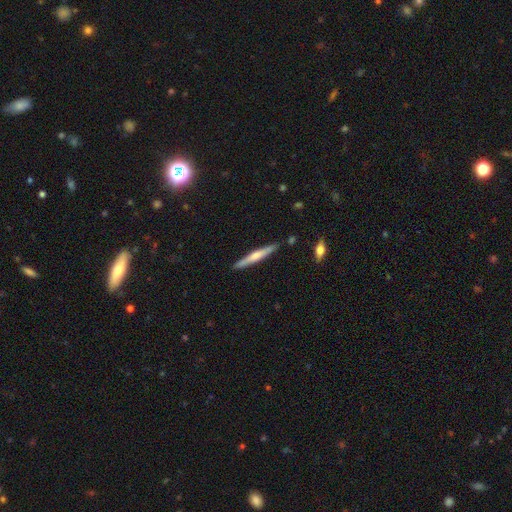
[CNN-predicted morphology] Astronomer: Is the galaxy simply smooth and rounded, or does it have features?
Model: featured or disk — 64%.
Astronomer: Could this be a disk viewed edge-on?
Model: yes — 97%.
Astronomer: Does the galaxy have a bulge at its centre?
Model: rounded — 76%.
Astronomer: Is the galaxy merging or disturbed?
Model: none — 90%.